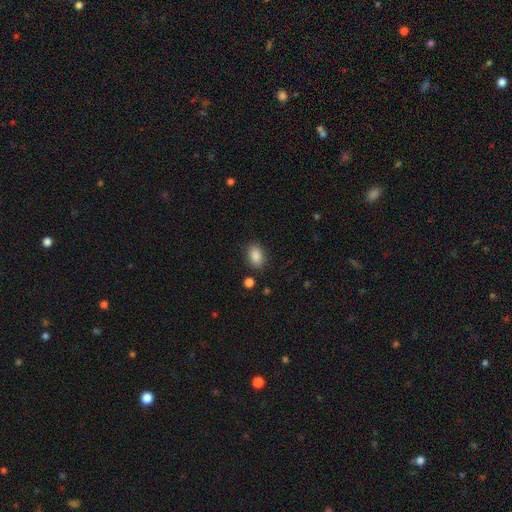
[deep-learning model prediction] A smooth galaxy with no disk features (87%) that is in between round and cigar-shaped (85%).

Vote fractions:
- Smooth or featured? smooth: 87% / star or artifact: 8% / featured or disk: 5%
- How rounded? in between: 85% / round: 13% / cigar-shaped: 1%
- Merging? none: 85% / minor disturbance: 10% / major disturbance: 3% / merger: 2%